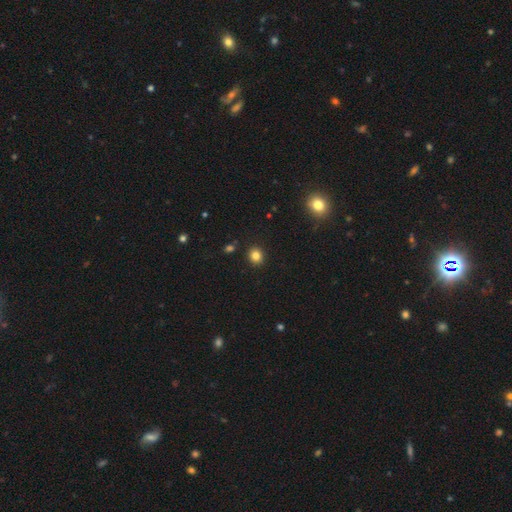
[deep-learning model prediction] Smooth or featured: smooth — 83% (star or artifact — 12%)
How rounded: round — 78% (in between — 21%)
Merging: none — 90% (minor disturbance — 6%)